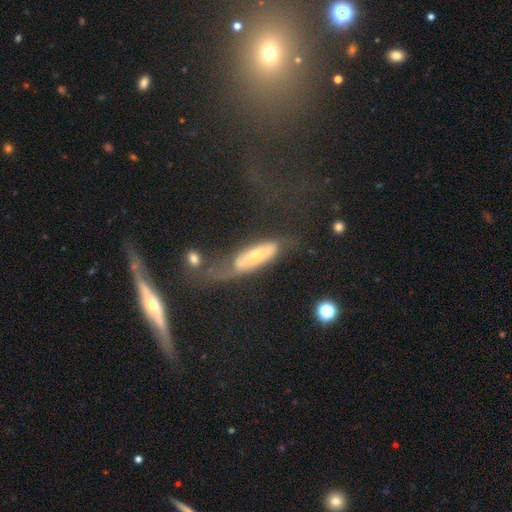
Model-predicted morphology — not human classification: smooth-or-featured: featured or disk: 47% | smooth: 44% | star or artifact: 9%
  merging: major disturbance: 35% | none: 31% | minor disturbance: 22% | merger: 11%